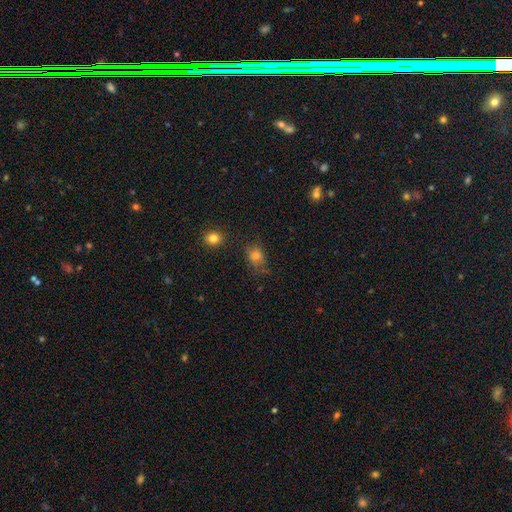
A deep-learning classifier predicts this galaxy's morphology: Smooth or featured: smooth — 76% (star or artifact — 14%)
How rounded: in between — 52% (round — 46%)
Merging: none — 69% (minor disturbance — 21%)